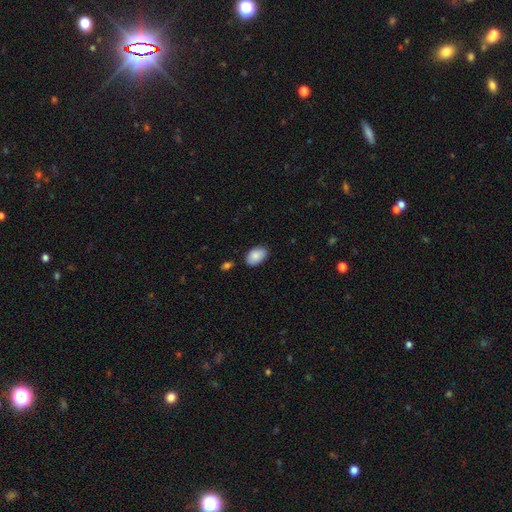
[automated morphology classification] Smooth or featured: smooth — 87% (featured or disk — 7%)
How rounded: in between — 92% (round — 7%)
Merging: none — 82% (minor disturbance — 13%)